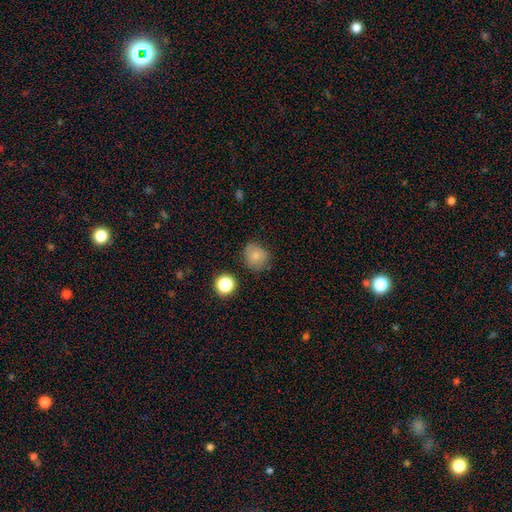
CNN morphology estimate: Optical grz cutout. It shows a smooth galaxy with no disk features (76%) that is round (69%). Merging: none (69%).